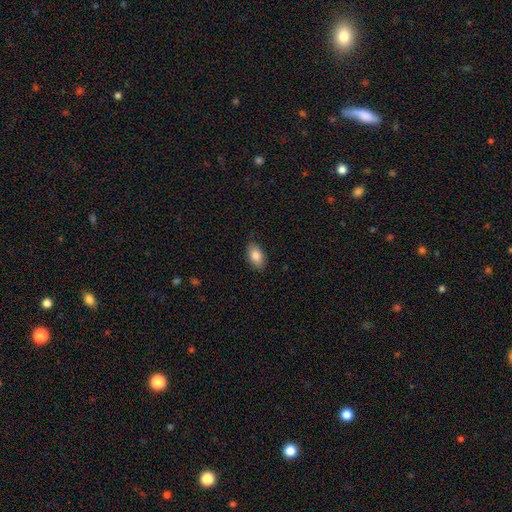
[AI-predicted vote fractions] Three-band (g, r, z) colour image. It shows a smooth galaxy with no disk features (85%) that is in between round and cigar-shaped (91%). Merging: none (84%).